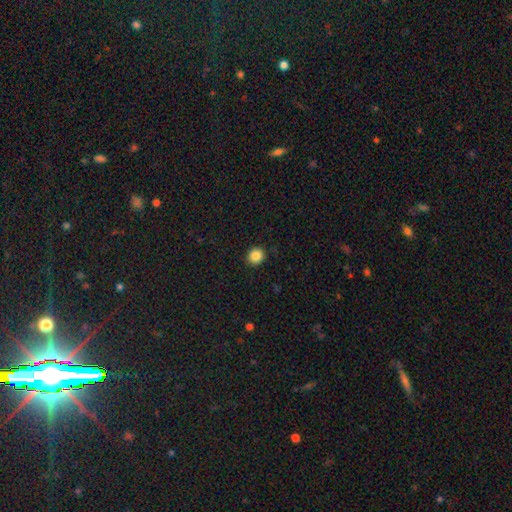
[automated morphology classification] This is clearly a smooth galaxy (86%). How rounded: clearly round (88%). Merging: clearly none (92%).